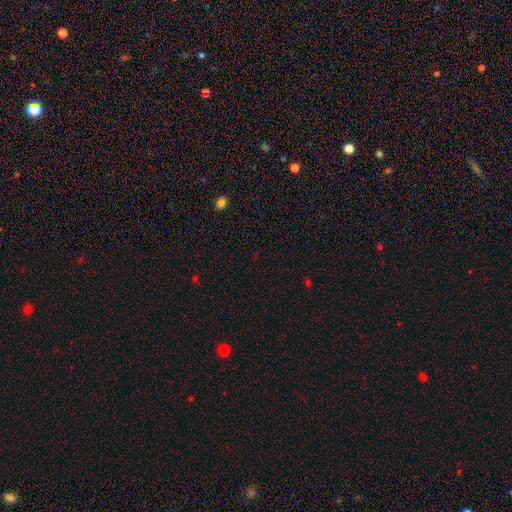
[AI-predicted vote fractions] smooth_or_featured: star or artifact (p=0.65) [alt: smooth p=0.28]